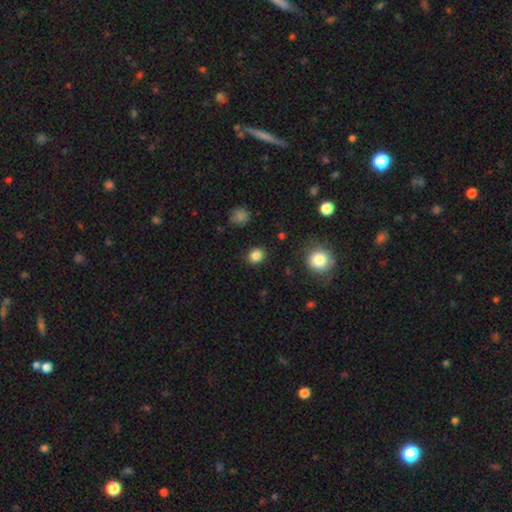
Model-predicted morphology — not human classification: The model was most divided on "how rounded": round: 67%, in between: 32%, cigar-shaped: 1%. More confident: merging — none (88%); smooth or featured — smooth (84%).